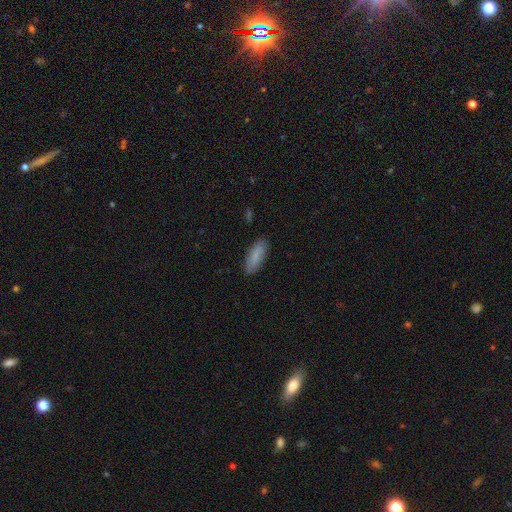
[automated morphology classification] This appears to be a smooth galaxy with no disk features (86%) that is in between round and cigar-shaped (68%). Merging: none (85%).